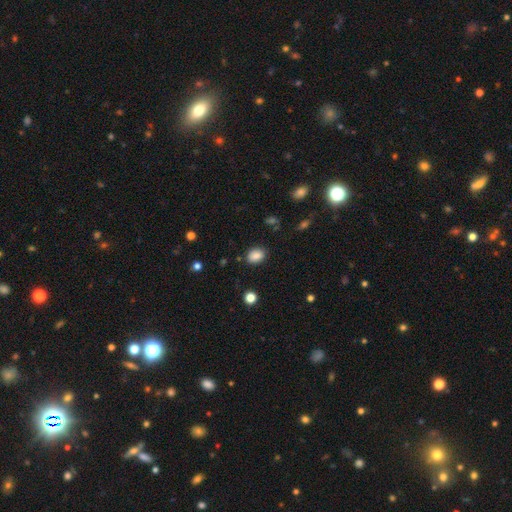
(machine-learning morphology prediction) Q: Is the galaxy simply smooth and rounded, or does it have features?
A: smooth — 86%.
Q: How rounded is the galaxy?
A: in between — 67%.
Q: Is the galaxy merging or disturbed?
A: none — 85%.